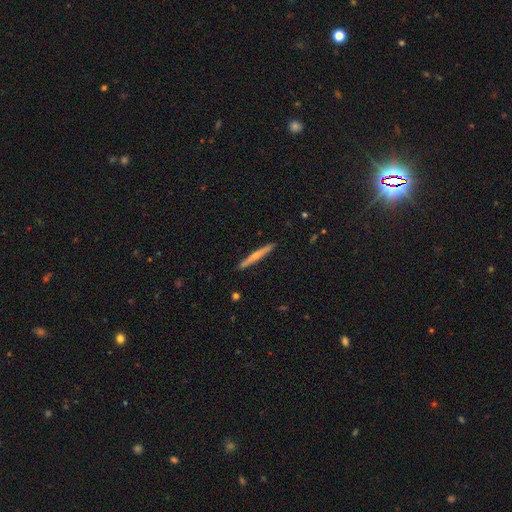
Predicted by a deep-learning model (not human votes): Smooth or featured? Predicted: smooth (p=0.48). Merging? Predicted: none (p=0.91).